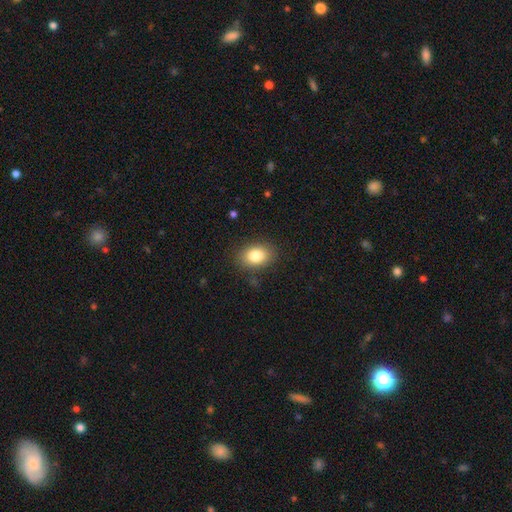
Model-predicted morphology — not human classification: smooth 83%, star or artifact 9%, featured or disk 8%. Down the decision tree: how rounded — in between (77%); merging — none (85%).